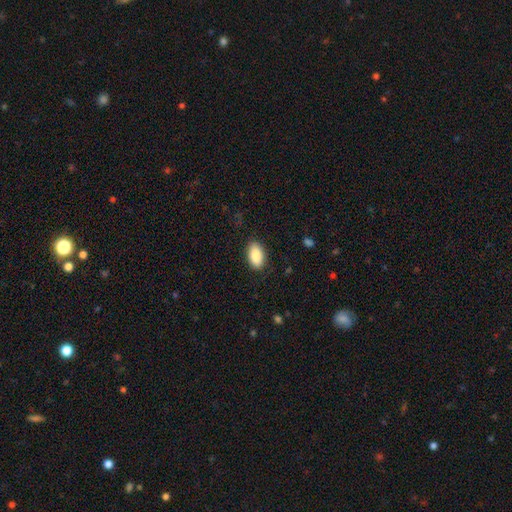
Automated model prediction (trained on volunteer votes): Smooth or featured? Predicted: smooth (p=0.87). How rounded? Predicted: in between (p=0.94). Merging? Predicted: none (p=0.86).